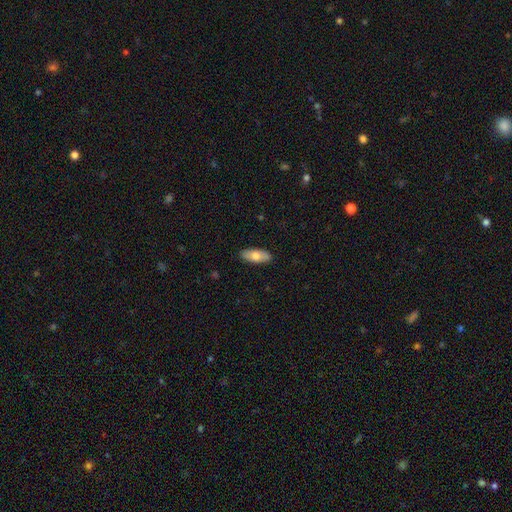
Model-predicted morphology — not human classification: smooth 72%, featured or disk 22%, star or artifact 6%. Down the decision tree: how rounded — in between (80%); merging — none (89%).